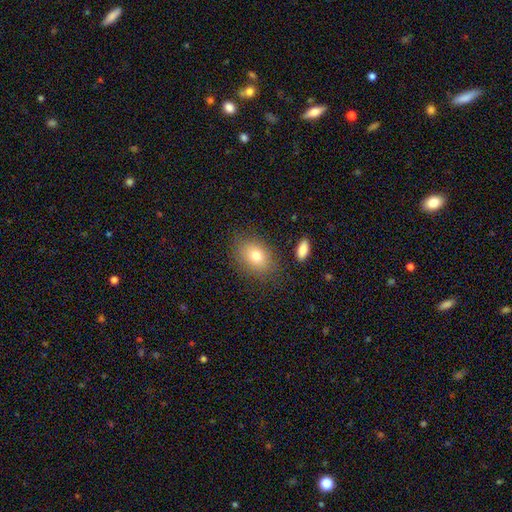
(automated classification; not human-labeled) Smooth or featured? smooth (77%)
How rounded? in between (68%)
Merging? none (80%)